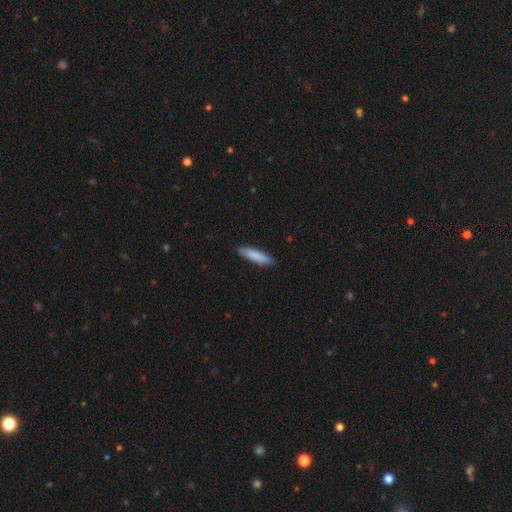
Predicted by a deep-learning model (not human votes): This appears to be a smooth galaxy with no disk features (85%) that is cigar-shaped (79%). Merging: none (88%).